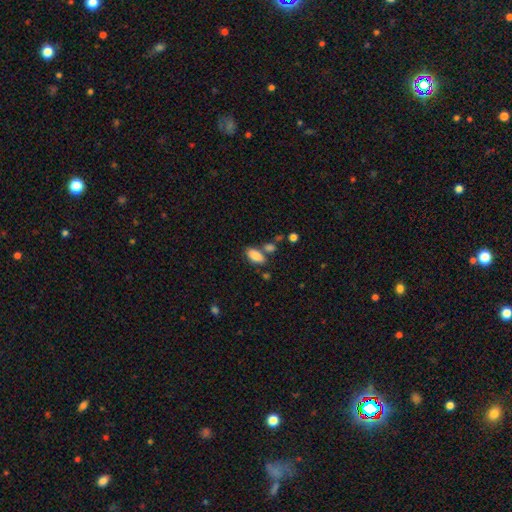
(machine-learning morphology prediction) A smooth galaxy with no disk features (86%) that is in between round and cigar-shaped (90%).

Vote fractions:
- Smooth or featured? smooth: 86% / star or artifact: 7% / featured or disk: 7%
- How rounded? in between: 90% / cigar-shaped: 7% / round: 3%
- Merging? none: 66% / merger: 16% / minor disturbance: 13% / major disturbance: 4%